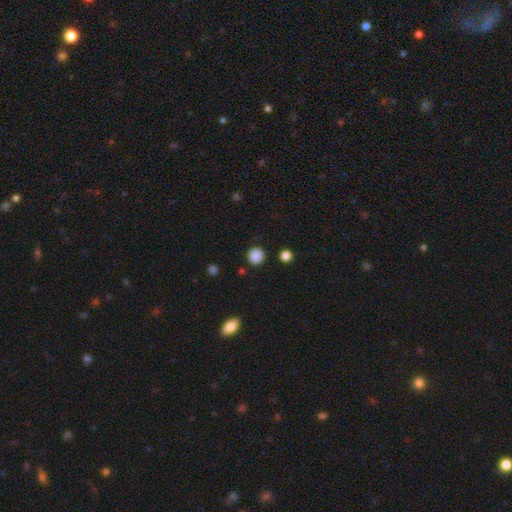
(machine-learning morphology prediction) smooth_or_featured: smooth (p=0.86) [alt: star or artifact p=0.11]
how_rounded: round (p=0.92) [alt: in between p=0.07]
merging: none (p=0.88) [alt: minor disturbance p=0.07]